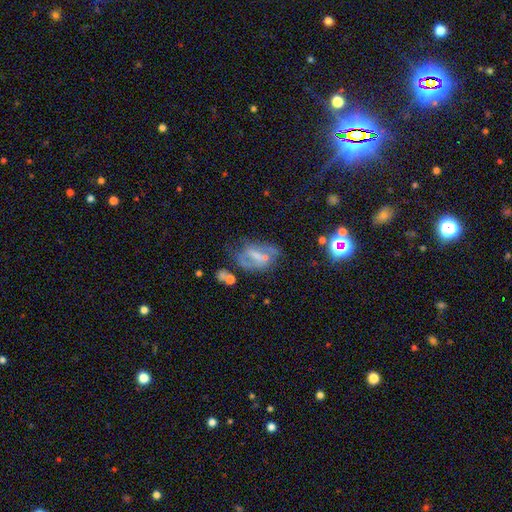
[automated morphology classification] smooth_or_featured: featured or disk (p=0.56) [alt: smooth p=0.24]
disk_edge_on: no (p=0.93) [alt: yes p=0.07]
bar: weak (p=0.40) [alt: no p=0.33]
has_spiral_arms: yes (p=0.54) [alt: no p=0.46]
bulge_size: small (p=0.36) [alt: none p=0.33]
merging: none (p=0.44) [alt: minor disturbance p=0.24]